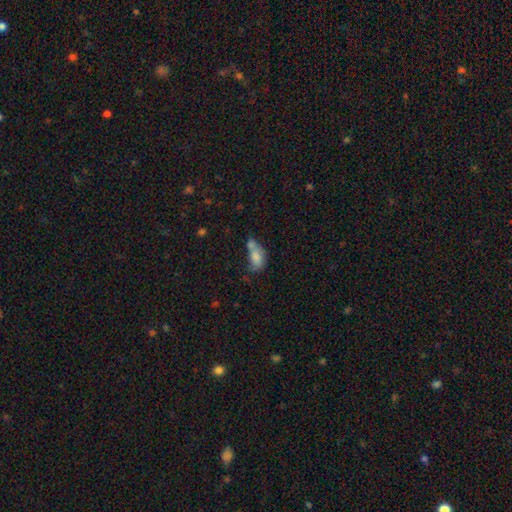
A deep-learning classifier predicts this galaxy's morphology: Smooth or featured?
  - smooth: 74% *
  - featured or disk: 17%
  - star or artifact: 9%
How rounded?
  - in between: 86% *
  - round: 9%
  - cigar-shaped: 5%
Merging?
  - merger: 48% *
  - none: 23%
  - minor disturbance: 17%
  - major disturbance: 12%